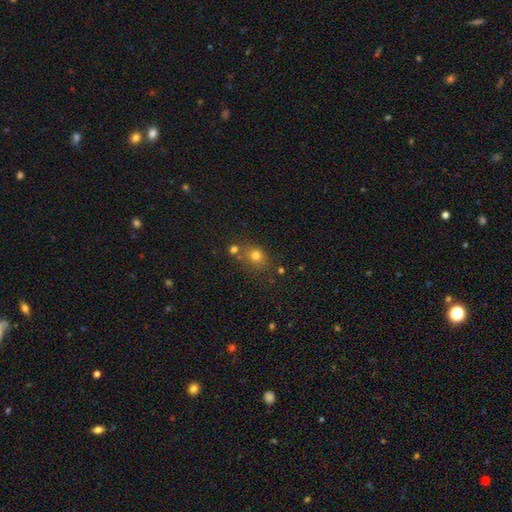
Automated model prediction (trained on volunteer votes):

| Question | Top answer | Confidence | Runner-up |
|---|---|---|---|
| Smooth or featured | smooth | 72% | star or artifact (16%) |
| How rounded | round | 59% | in between (39%) |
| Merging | none | 59% | merger (21%) |